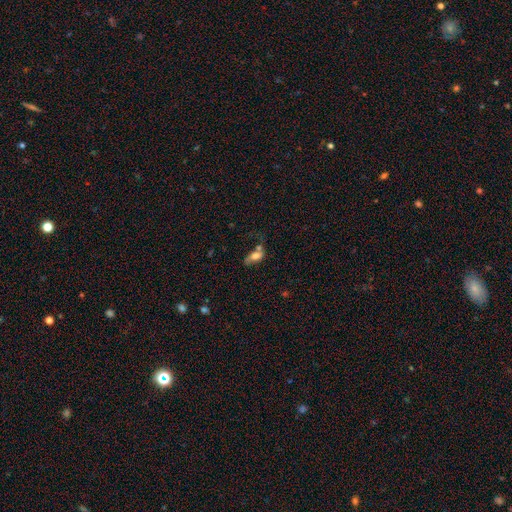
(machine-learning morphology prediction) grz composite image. It shows a smooth galaxy with no disk features (58%) that is in between round and cigar-shaped (80%). Merging: none (29%).